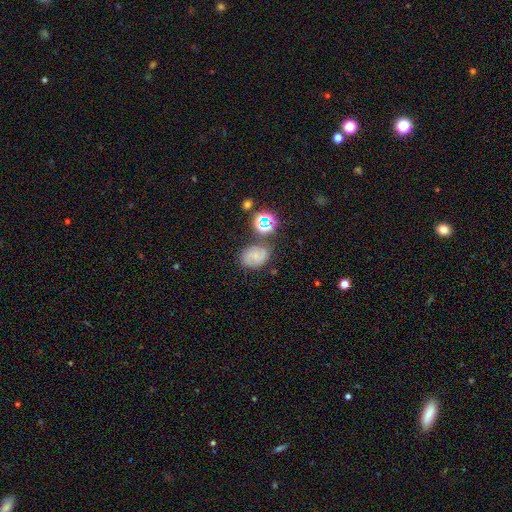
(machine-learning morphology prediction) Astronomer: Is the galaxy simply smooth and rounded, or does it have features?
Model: featured or disk — 44% (runner-up: smooth, 37%).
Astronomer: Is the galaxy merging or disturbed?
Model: none — 66%.